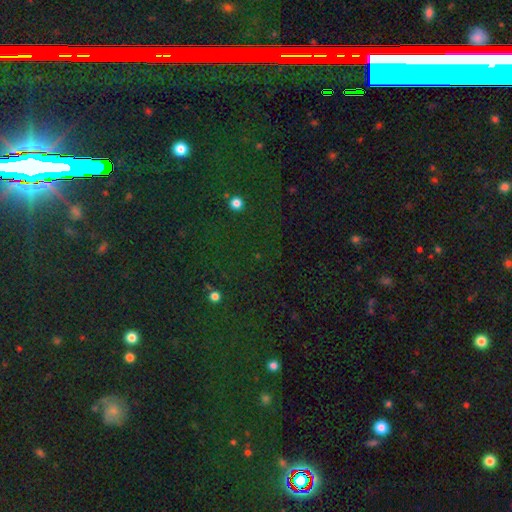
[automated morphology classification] Smooth or featured? Predicted: star or artifact (p=0.81).